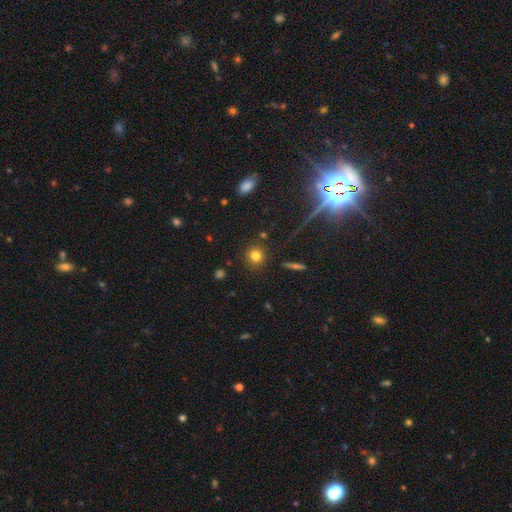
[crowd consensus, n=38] Volunteers were most divided on "merging": none: 89%, minor disturbance: 8%, major disturbance: 3%, merger: 0%. More confident: how rounded — round (94%); smooth or featured — smooth (92%).